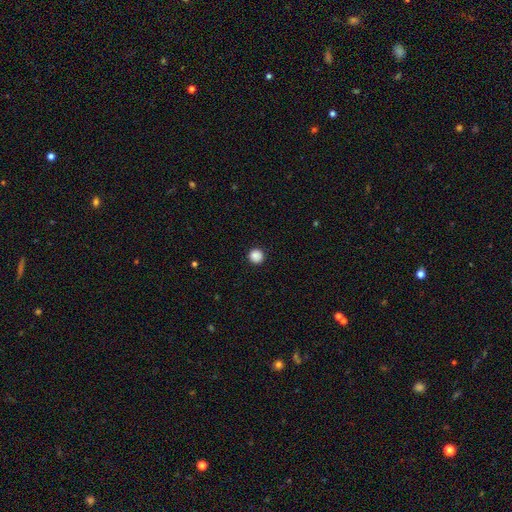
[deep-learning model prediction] Morphology: type=smooth (88%); roundness=round (95%); merging=none (93%).